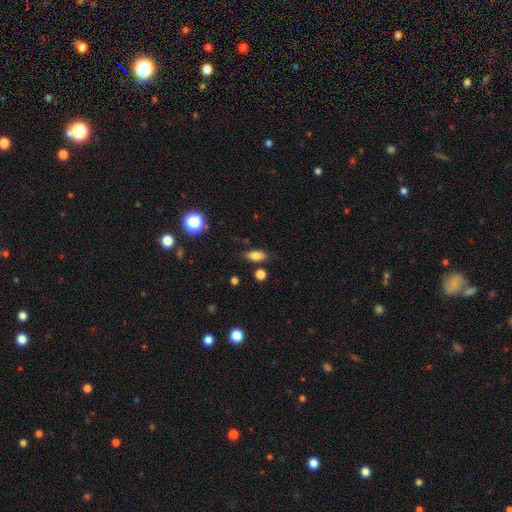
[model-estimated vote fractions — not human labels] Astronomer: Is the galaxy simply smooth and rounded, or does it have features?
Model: smooth — 81%.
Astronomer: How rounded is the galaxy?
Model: in between — 85%.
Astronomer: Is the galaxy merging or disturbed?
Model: none — 79%.